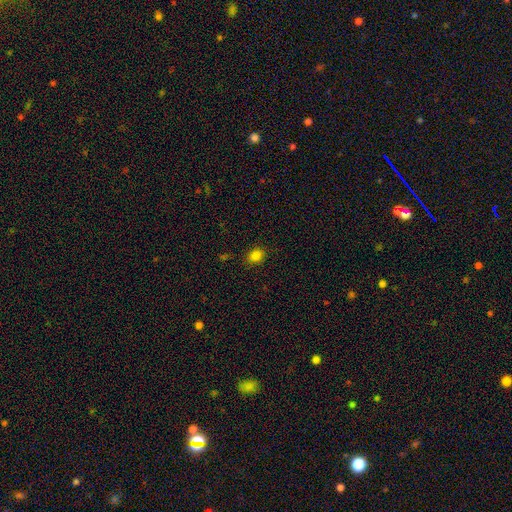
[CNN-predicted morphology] This is clearly a smooth galaxy (82%). How rounded: possibly round (53%). Merging: clearly none (86%).